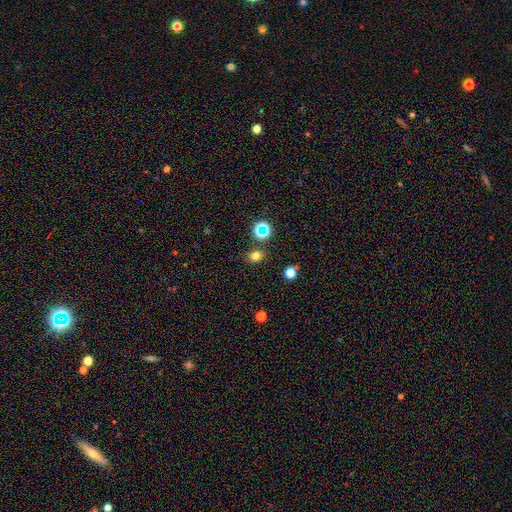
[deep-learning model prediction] Overall: smooth (73%). How rounded: round (62%; in between 37%). Merging: none (83%).